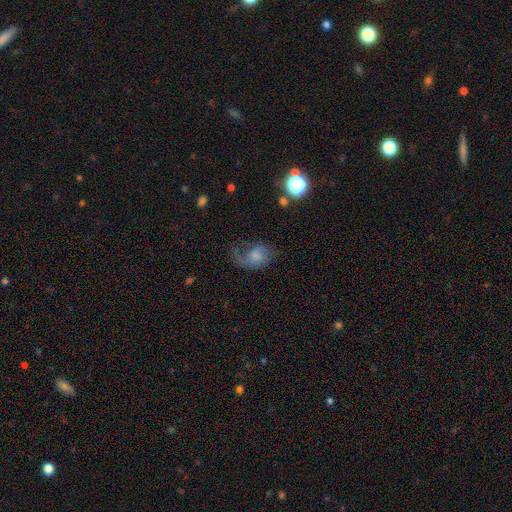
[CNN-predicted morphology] Overall: featured or disk (47%; smooth 43%). Merging: major disturbance (39%; none 35%).